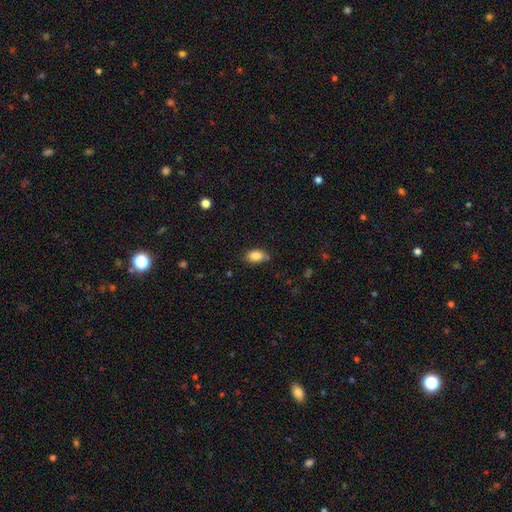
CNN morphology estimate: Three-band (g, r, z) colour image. It shows a smooth galaxy with no disk features (86%) that is in between round and cigar-shaped (86%). Merging: none (70%).